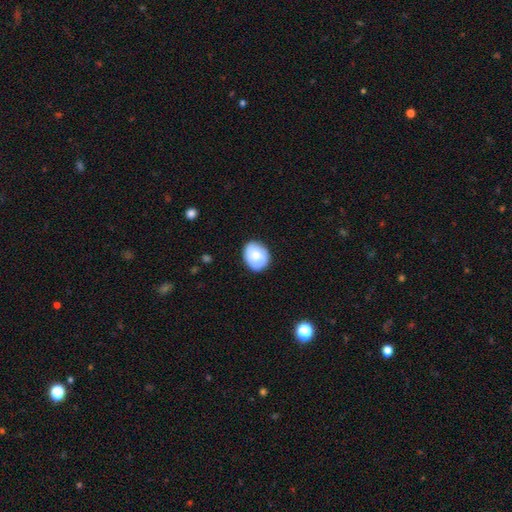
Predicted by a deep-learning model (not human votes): A smooth galaxy with no disk features (76%) that is in between round and cigar-shaped (51%). Merging: none (85%).